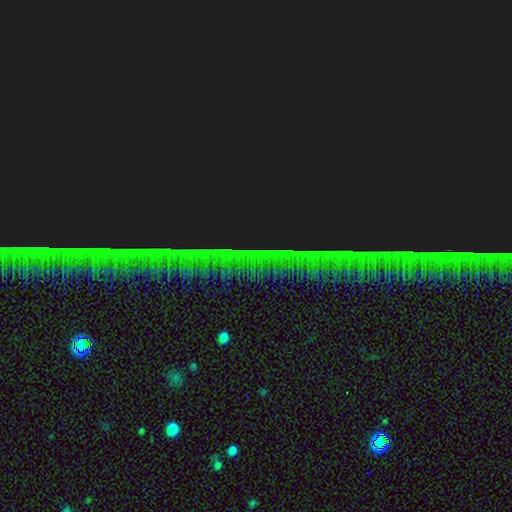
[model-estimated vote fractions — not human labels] Smooth or featured?
  - star or artifact: 88% *
  - featured or disk: 7%
  - smooth: 6%